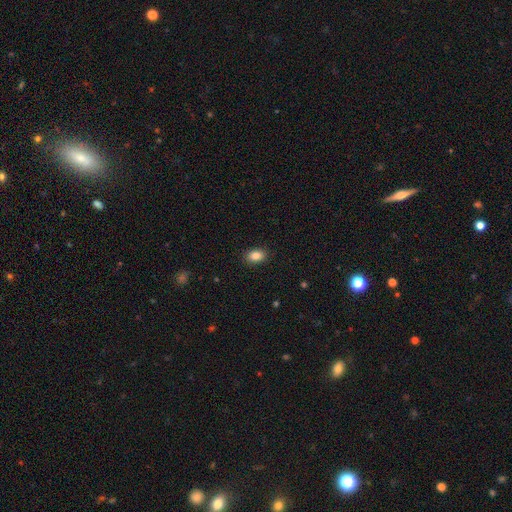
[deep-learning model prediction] Smooth or featured? Predicted: smooth (p=0.85). How rounded? Predicted: in between (p=0.82). Merging? Predicted: none (p=0.90).